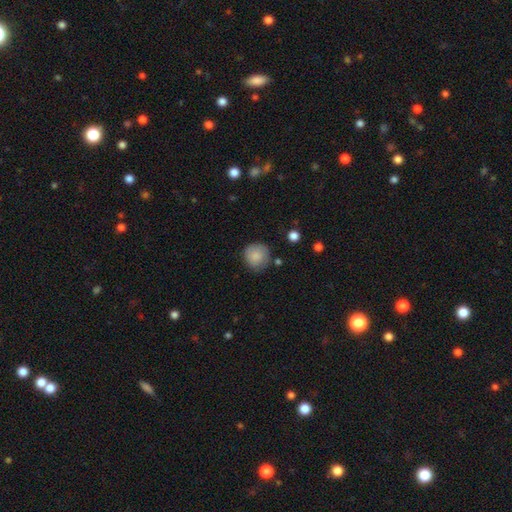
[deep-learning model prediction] Smooth or featured: smooth — 84% (featured or disk — 8%)
How rounded: round — 92% (in between — 7%)
Merging: none — 77% (minor disturbance — 16%)